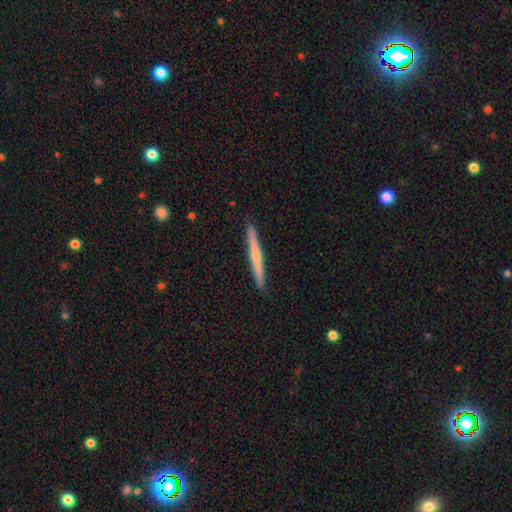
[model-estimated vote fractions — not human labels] This is possibly a featured or disk galaxy (58%). It is clearly viewed edge-on (97%). Edge-on bulge: likely rounded (66%). Merging: clearly none (92%).